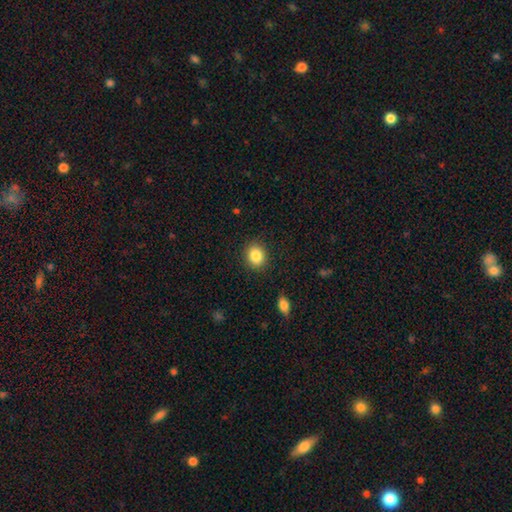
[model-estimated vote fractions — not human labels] Smooth or featured? Predicted: smooth (p=0.86). How rounded? Predicted: round (p=0.67). Merging? Predicted: none (p=0.88).